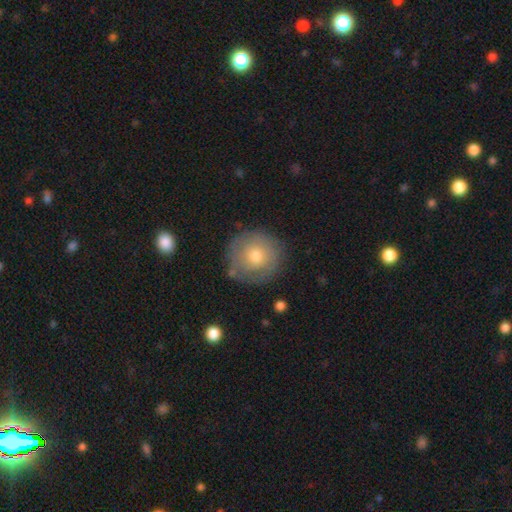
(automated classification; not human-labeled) A smooth galaxy with no disk features (63%) that is round (94%).

Vote fractions:
- Smooth or featured? smooth: 63% / featured or disk: 29% / star or artifact: 8%
- How rounded? round: 94% / in between: 5% / cigar-shaped: 1%
- Merging? none: 80% / minor disturbance: 14% / major disturbance: 4% / merger: 2%